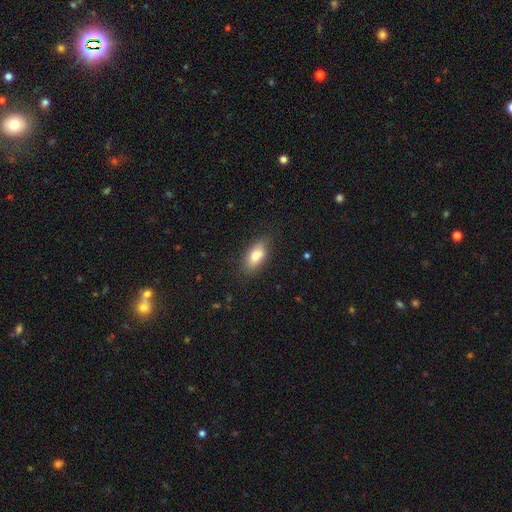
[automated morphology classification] Smooth or featured? smooth (77%)
How rounded? in between (86%)
Merging? none (80%)